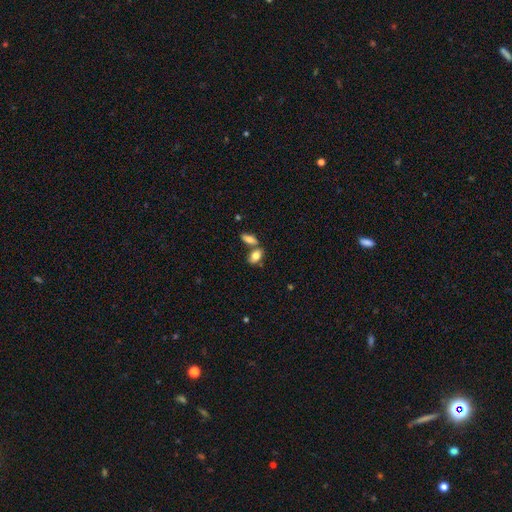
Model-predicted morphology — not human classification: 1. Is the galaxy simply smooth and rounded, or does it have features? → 79% smooth, 13% featured or disk, 8% star or artifact.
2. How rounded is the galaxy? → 88% in between, 7% round, 5% cigar-shaped.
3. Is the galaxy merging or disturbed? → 47% none, 39% merger, 11% minor disturbance, 3% major disturbance.